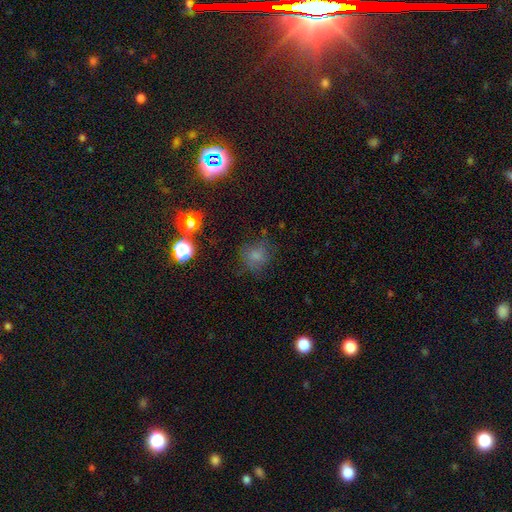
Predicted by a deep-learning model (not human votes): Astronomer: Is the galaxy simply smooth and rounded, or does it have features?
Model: smooth — 68%.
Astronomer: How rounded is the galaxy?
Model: round — 81%.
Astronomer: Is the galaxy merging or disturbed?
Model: none — 68%.